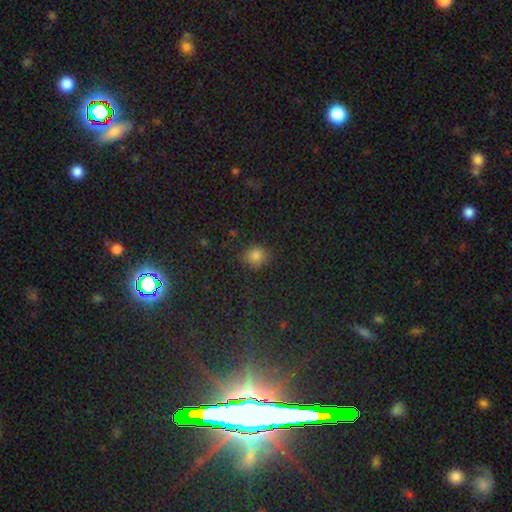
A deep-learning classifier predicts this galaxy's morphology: type=smooth (81%); roundness=round (76%); merging=none (84%).